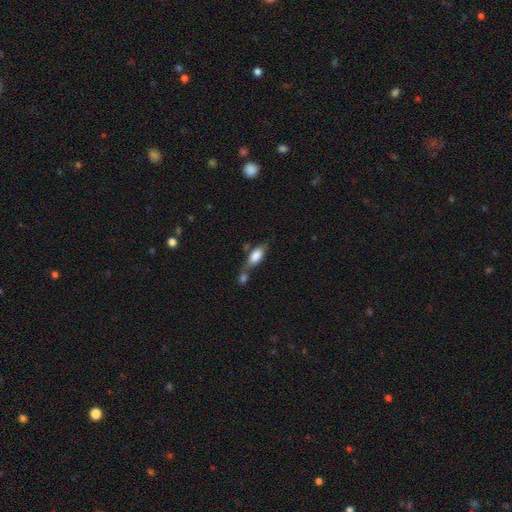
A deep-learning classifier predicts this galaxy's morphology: The model was most divided on "merging": merger: 41%, none: 34%, minor disturbance: 16%, major disturbance: 8%. More confident: how rounded — in between (80%); smooth or featured — smooth (76%).